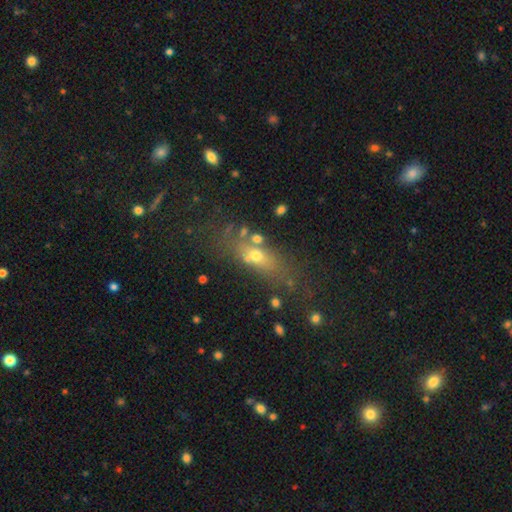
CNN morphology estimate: The model was most divided on "how rounded": in between: 56%, cigar-shaped: 29%, round: 15%. More confident: merging — none (61%); smooth or featured — smooth (55%).